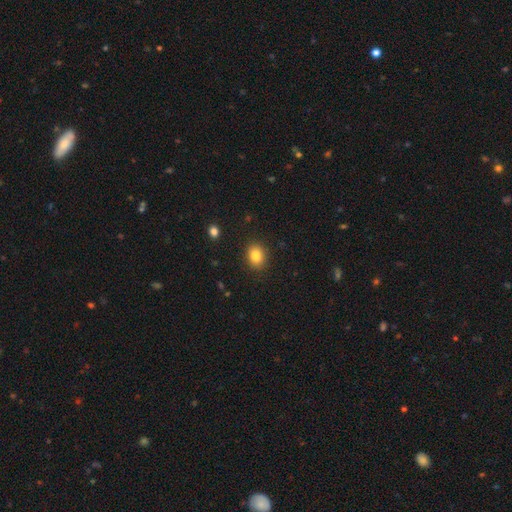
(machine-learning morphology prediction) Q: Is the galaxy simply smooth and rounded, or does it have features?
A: smooth — 84%.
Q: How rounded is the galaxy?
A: round — 53%.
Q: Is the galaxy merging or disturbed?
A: none — 89%.